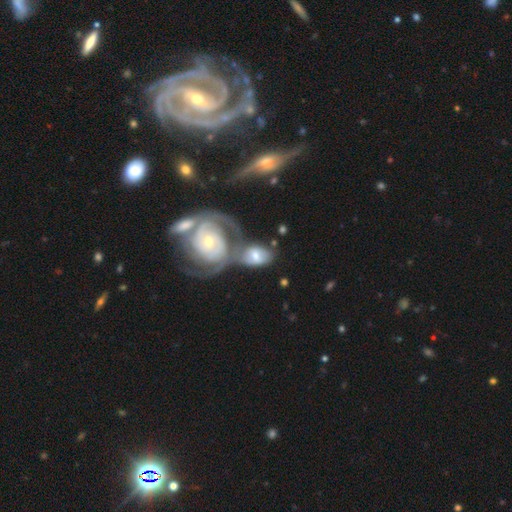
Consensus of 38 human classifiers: Smooth or featured: featured or disk — 53% (smooth — 45%)
Edge-on disk: no — 100%
Bar: no — 65% (weak — 25%)
Spiral arms: no — 65% (yes — 35%)
Bulge size: moderate — 55% (small — 30%)
Merging: merger — 68% (none — 19%)